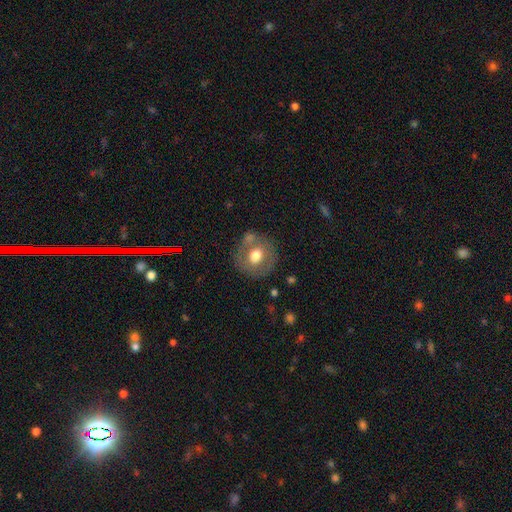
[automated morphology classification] type=smooth (62%); roundness=round (85%); merging=none (70%).